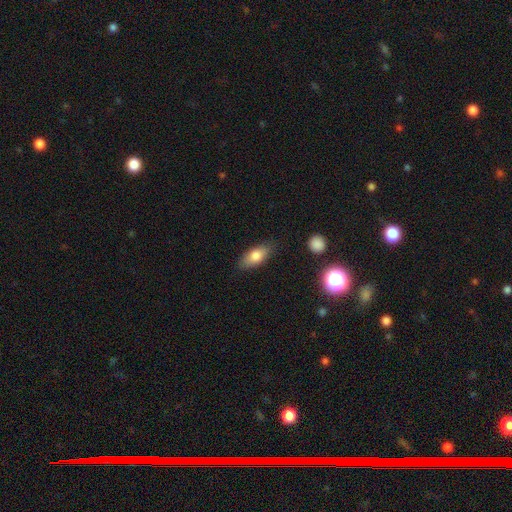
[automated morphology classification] This is likely a smooth galaxy (76%). How rounded: clearly in between (80%). Merging: clearly none (83%).